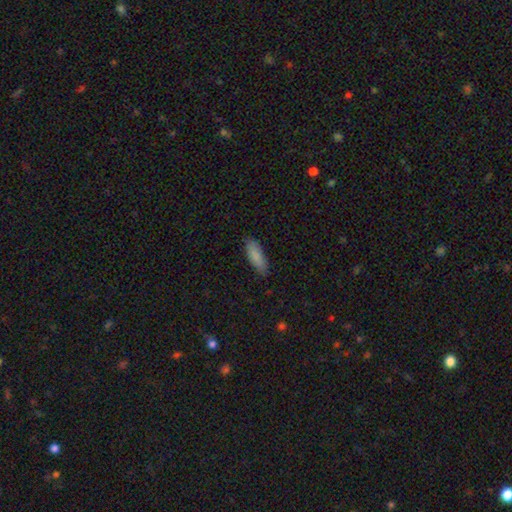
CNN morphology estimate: Smooth or featured: smooth — 87% (featured or disk — 7%)
How rounded: in between — 57% (cigar-shaped — 41%)
Merging: none — 84% (minor disturbance — 12%)